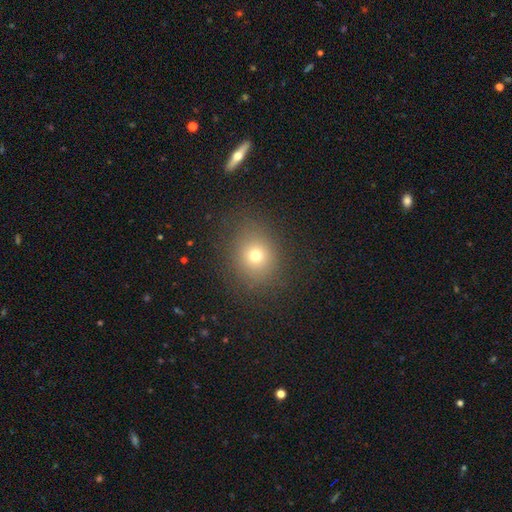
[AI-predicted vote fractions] Smooth or featured: smooth — 71% (star or artifact — 18%)
How rounded: round — 75% (in between — 24%)
Merging: none — 84% (minor disturbance — 10%)